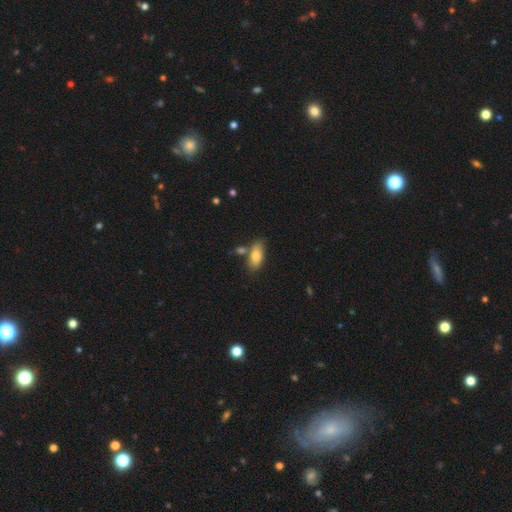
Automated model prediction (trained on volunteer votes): This is clearly a smooth galaxy (81%). How rounded: clearly in between (86%). Merging: likely none (66%).